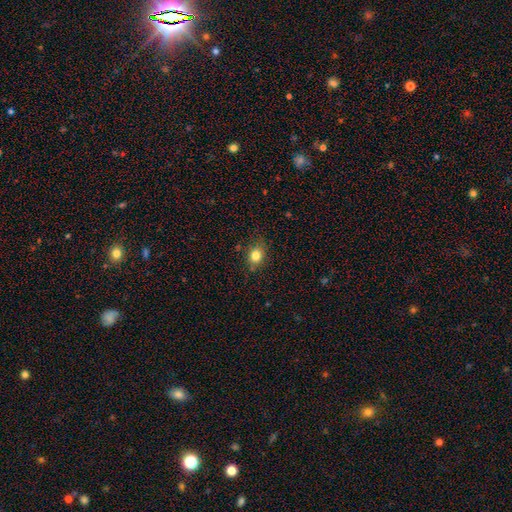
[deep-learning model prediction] smooth-or-featured: smooth: 81% | star or artifact: 11% | featured or disk: 8%
  how-rounded: round: 50% | in between: 49% | cigar-shaped: 1%
  merging: none: 78% | minor disturbance: 16% | major disturbance: 4% | merger: 2%